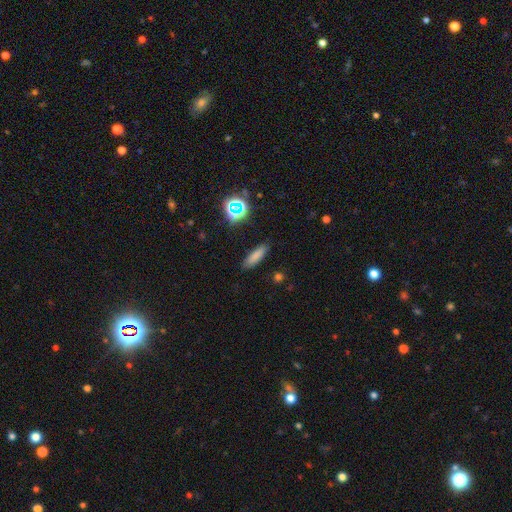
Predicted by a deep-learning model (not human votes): smooth_or_featured: smooth (p=0.78) [alt: star or artifact p=0.14]
how_rounded: cigar-shaped (p=0.59) [alt: in between p=0.38]
merging: none (p=0.86) [alt: minor disturbance p=0.10]